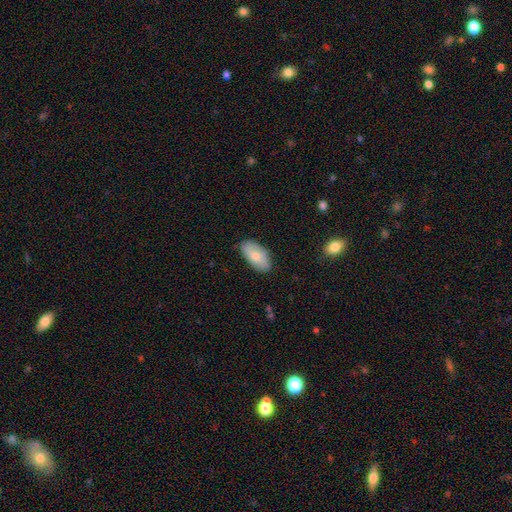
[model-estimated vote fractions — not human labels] This appears to be a smooth galaxy with no disk features (78%) that is in between round and cigar-shaped (94%). Merging: none (83%).